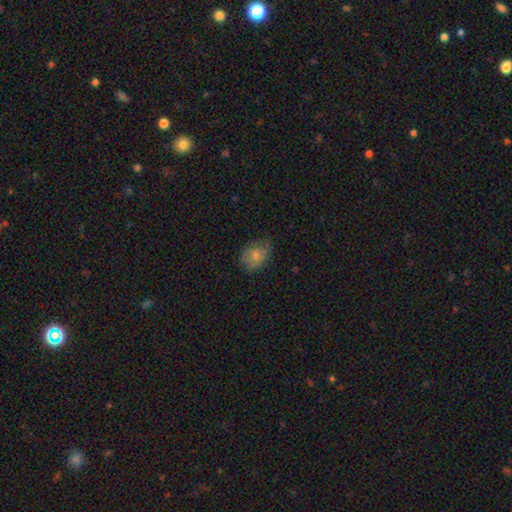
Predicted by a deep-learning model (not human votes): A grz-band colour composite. It shows a smooth galaxy with no disk features (72%) that is in between round and cigar-shaped (64%). Merging: none (54%).